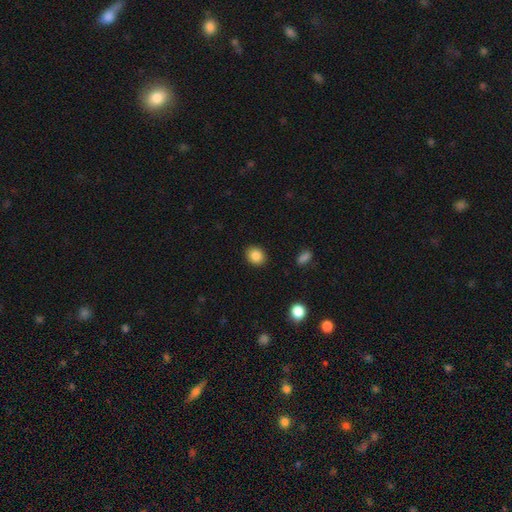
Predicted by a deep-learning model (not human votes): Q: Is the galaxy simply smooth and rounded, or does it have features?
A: smooth — 87%.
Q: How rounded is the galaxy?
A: round — 62%.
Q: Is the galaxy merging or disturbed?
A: none — 90%.